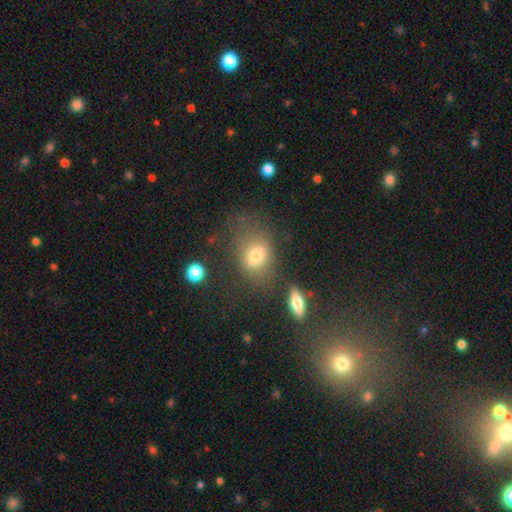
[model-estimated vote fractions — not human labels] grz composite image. It shows a smooth galaxy with no disk features (70%) that is in between round and cigar-shaped (69%). Merging: none (54%).